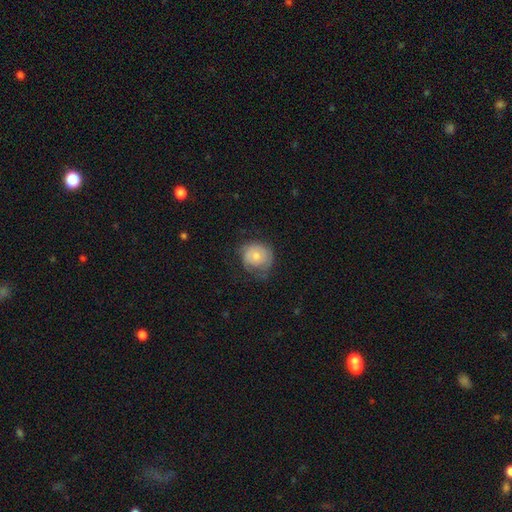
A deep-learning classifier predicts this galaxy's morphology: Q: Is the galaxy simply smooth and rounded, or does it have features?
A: smooth — 61%.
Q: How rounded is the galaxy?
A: round — 81%.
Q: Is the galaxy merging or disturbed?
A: none — 52%.